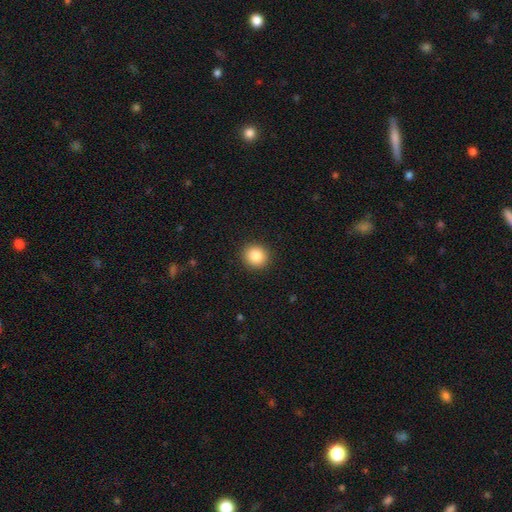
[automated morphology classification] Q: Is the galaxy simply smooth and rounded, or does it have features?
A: smooth — 86%.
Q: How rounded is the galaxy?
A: round — 88%.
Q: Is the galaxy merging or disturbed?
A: none — 92%.